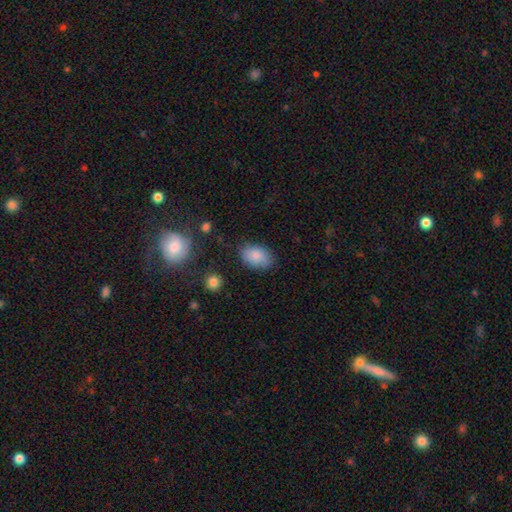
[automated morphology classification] Overall: smooth (84%). How rounded: in between (86%). Merging: none (78%).